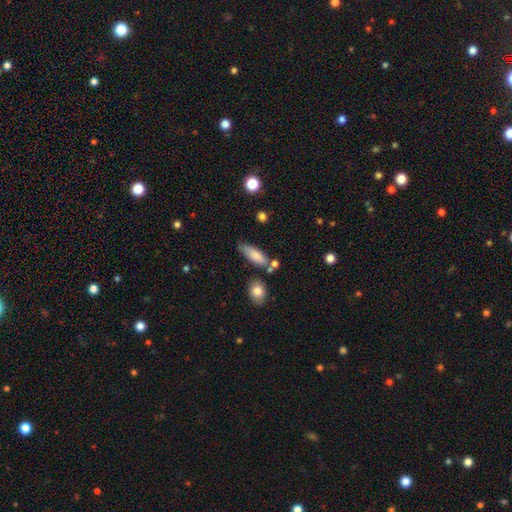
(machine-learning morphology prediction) Q: Smooth or featured?
A: smooth (81%); runner-up: featured or disk (12%)
Q: How rounded?
A: in between (64%); runner-up: cigar-shaped (34%)
Q: Merging?
A: none (62%); runner-up: minor disturbance (22%)